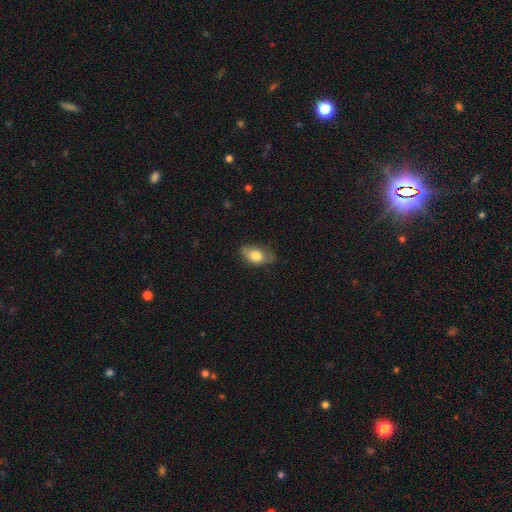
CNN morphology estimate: smooth_or_featured: smooth (p=0.76) [alt: featured or disk p=0.17]
how_rounded: in between (p=0.89) [alt: round p=0.08]
merging: none (p=0.66) [alt: minor disturbance p=0.27]